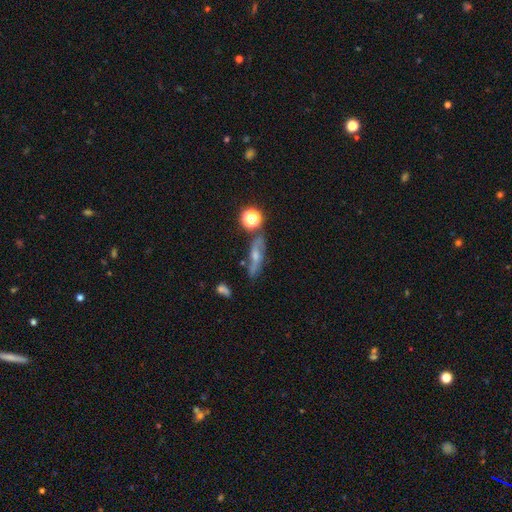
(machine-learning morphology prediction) featured or disk 56%, smooth 30%, star or artifact 14%. Down the decision tree: edge-on disk — no (63%); merging — none (70%).